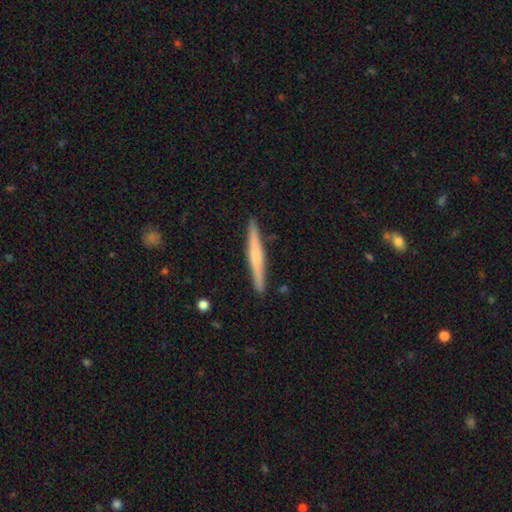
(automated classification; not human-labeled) smooth-or-featured: featured or disk: 50% | smooth: 45% | star or artifact: 6%
  merging: none: 91% | minor disturbance: 7% | major disturbance: 1% | merger: 1%